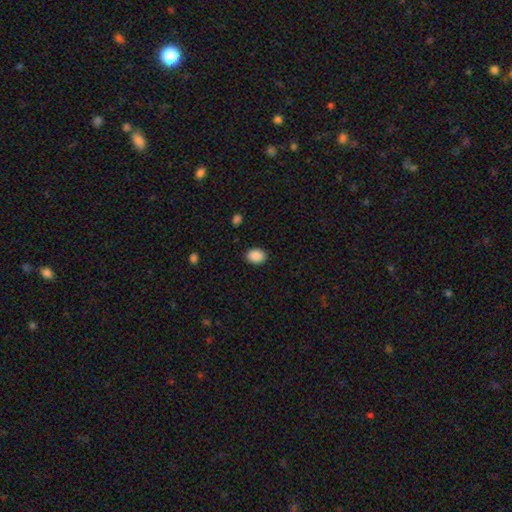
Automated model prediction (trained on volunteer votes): Smooth or featured?
  - smooth: 89% *
  - star or artifact: 8%
  - featured or disk: 3%
How rounded?
  - in between: 71% *
  - round: 29%
  - cigar-shaped: 1%
Merging?
  - none: 89% *
  - minor disturbance: 8%
  - major disturbance: 2%
  - merger: 1%